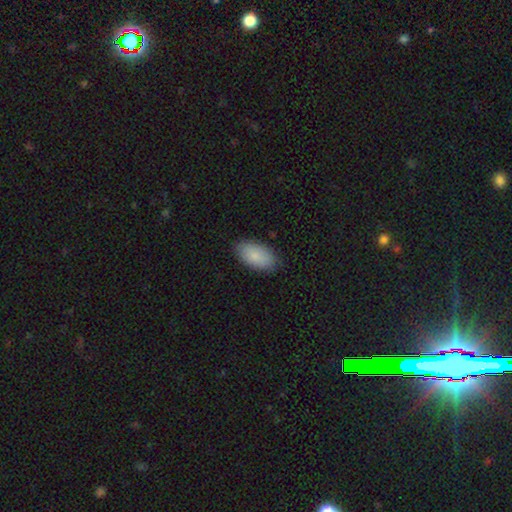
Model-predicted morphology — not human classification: Smooth or featured: smooth — 87% (featured or disk — 7%)
How rounded: in between — 95% (cigar-shaped — 3%)
Merging: none — 85% (minor disturbance — 11%)